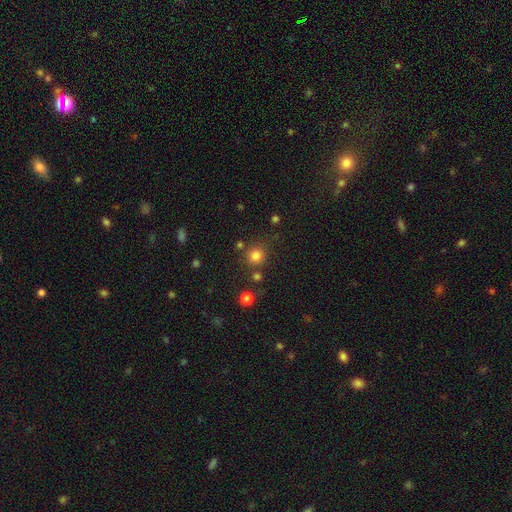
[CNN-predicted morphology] Q: Smooth or featured?
A: smooth (80%); runner-up: star or artifact (15%)
Q: How rounded?
A: round (91%); runner-up: in between (8%)
Q: Merging?
A: none (79%); runner-up: minor disturbance (9%)